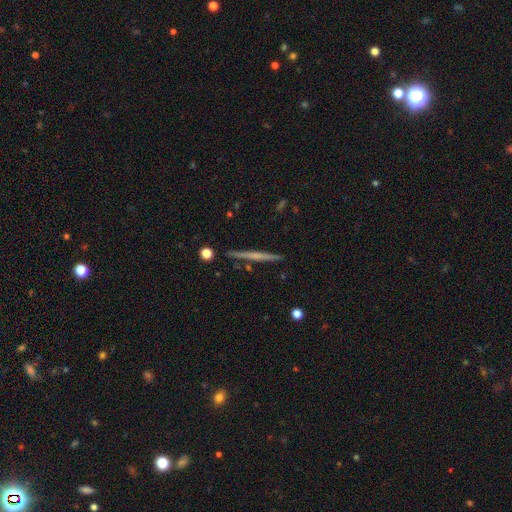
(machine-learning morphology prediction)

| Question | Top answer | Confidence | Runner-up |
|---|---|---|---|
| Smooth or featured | featured or disk | 58% | smooth (36%) |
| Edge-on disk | yes | 98% | no (2%) |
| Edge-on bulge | none | 72% | rounded (21%) |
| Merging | none | 91% | minor disturbance (6%) |